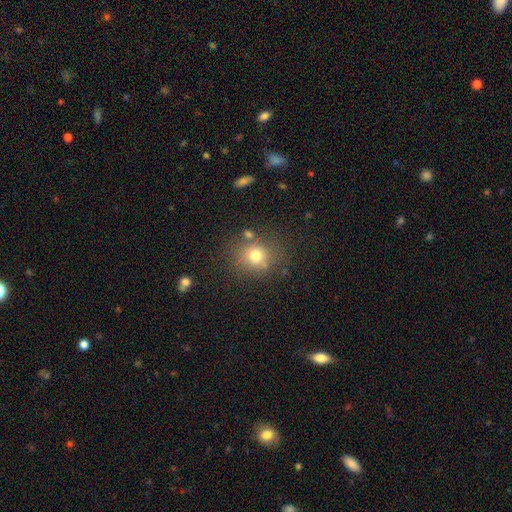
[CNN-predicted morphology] A smooth galaxy with no disk features (74%) that is round (79%).

Vote fractions:
- Smooth or featured? smooth: 74% / star or artifact: 15% / featured or disk: 11%
- How rounded? round: 79% / in between: 20% / cigar-shaped: 1%
- Merging? none: 74% / minor disturbance: 13% / merger: 8% / major disturbance: 5%